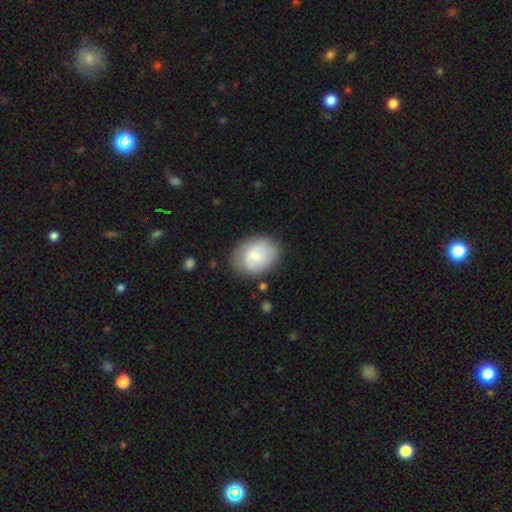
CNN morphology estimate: Q: Smooth or featured?
A: smooth (66%); runner-up: featured or disk (28%)
Q: How rounded?
A: in between (58%); runner-up: round (41%)
Q: Merging?
A: none (75%); runner-up: minor disturbance (17%)